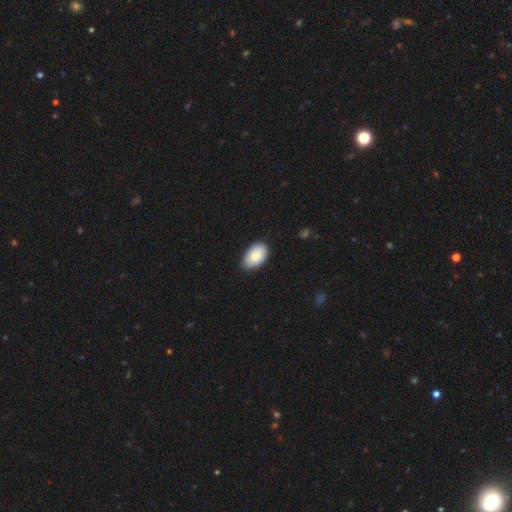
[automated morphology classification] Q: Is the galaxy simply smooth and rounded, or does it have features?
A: smooth — 83%.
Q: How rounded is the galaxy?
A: in between — 92%.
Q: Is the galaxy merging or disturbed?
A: none — 75%.